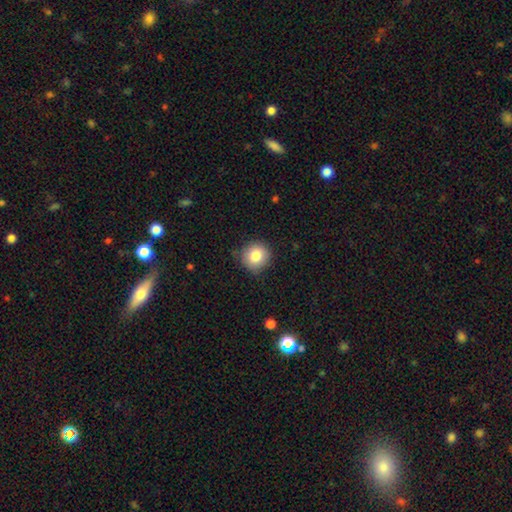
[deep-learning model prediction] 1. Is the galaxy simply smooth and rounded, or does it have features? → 83% smooth, 9% star or artifact, 8% featured or disk.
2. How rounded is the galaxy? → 92% round, 7% in between, 1% cigar-shaped.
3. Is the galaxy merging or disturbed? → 86% none, 11% minor disturbance, 2% major disturbance, 1% merger.